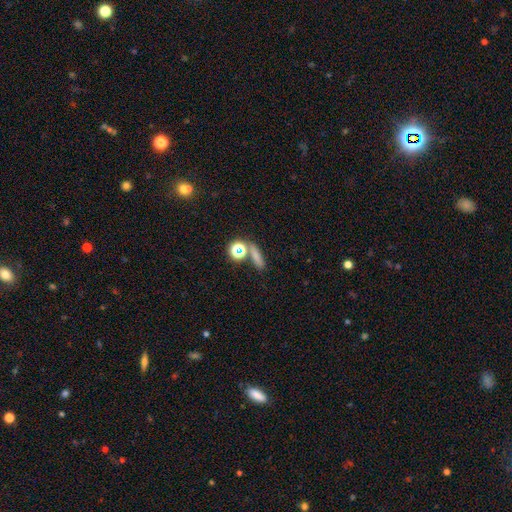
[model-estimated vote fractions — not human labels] A smooth galaxy with no disk features (63%) that is cigar-shaped (49%). Merging: none (69%).